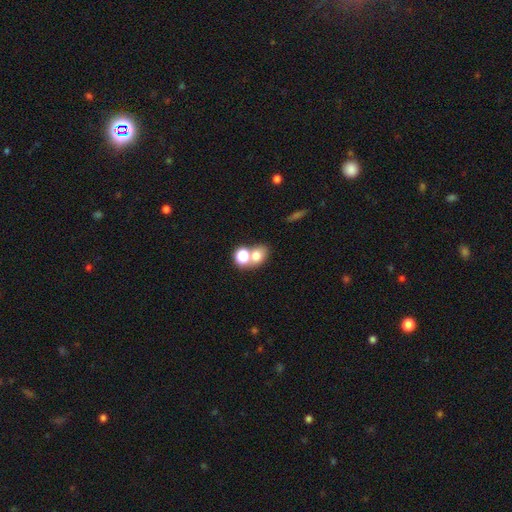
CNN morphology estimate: Smooth or featured? Predicted: smooth (p=0.71). How rounded? Predicted: round (p=0.50). Merging? Predicted: merger (p=0.47).